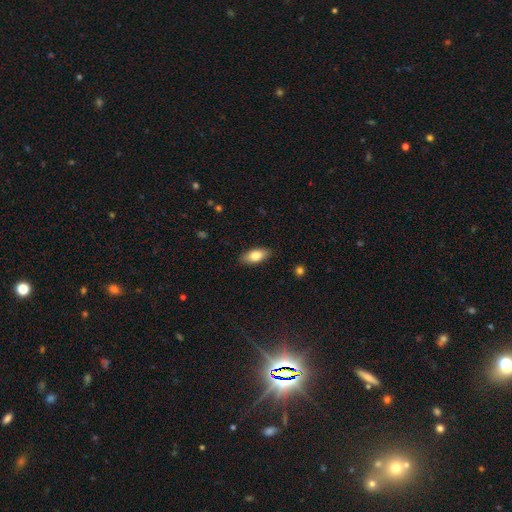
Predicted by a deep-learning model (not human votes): smooth-or-featured: smooth: 79% | featured or disk: 14% | star or artifact: 7%
  how-rounded: in between: 87% | cigar-shaped: 10% | round: 3%
  merging: none: 88% | minor disturbance: 9% | major disturbance: 2% | merger: 1%